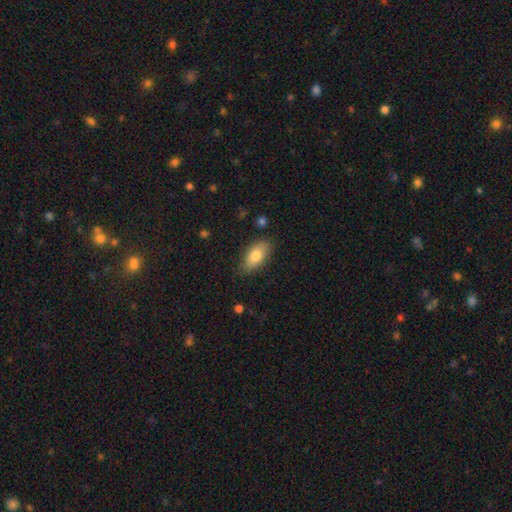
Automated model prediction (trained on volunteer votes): This appears to be a smooth galaxy with no disk features (79%) that is in between round and cigar-shaped (88%). Merging: none (81%).